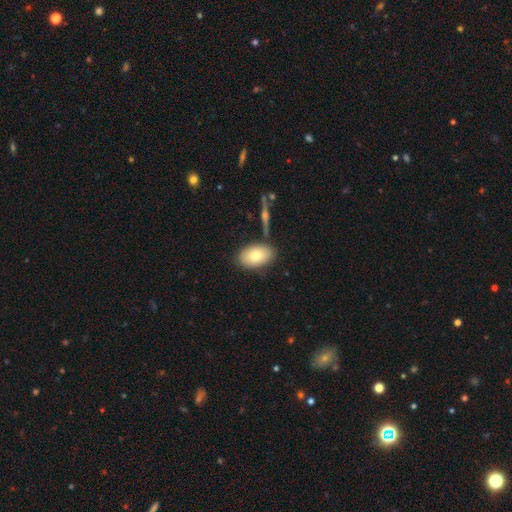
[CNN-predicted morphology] Q: Smooth or featured?
A: smooth (75%); runner-up: featured or disk (19%)
Q: How rounded?
A: in between (90%); runner-up: round (8%)
Q: Merging?
A: none (79%); runner-up: minor disturbance (12%)